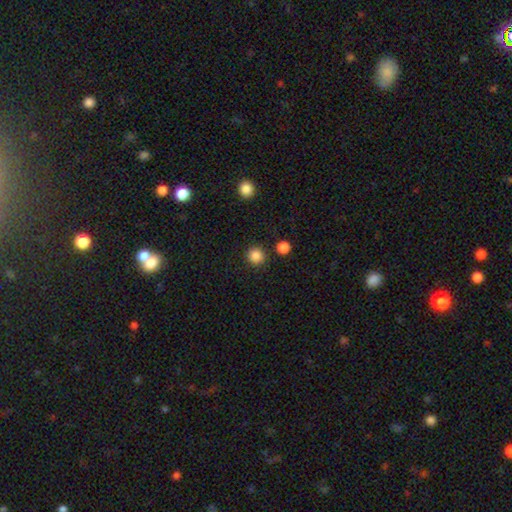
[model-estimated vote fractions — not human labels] smooth 86%, star or artifact 11%, featured or disk 3%. Down the decision tree: how rounded — round (94%); merging — none (90%).